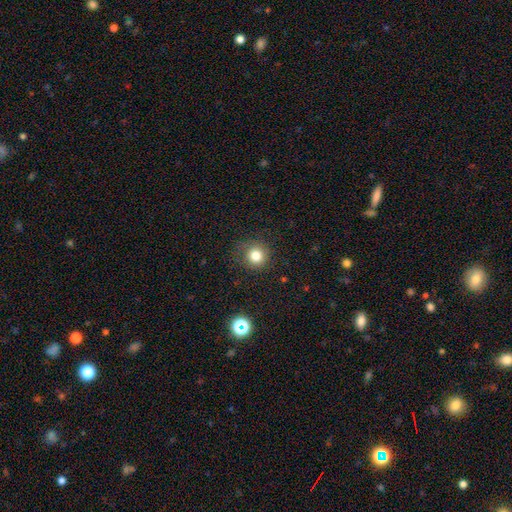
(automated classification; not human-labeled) A smooth galaxy with no disk features (80%) that is round (92%).

Vote fractions:
- Smooth or featured? smooth: 80% / star or artifact: 13% / featured or disk: 7%
- How rounded? round: 92% / in between: 7% / cigar-shaped: 1%
- Merging? none: 79% / minor disturbance: 13% / major disturbance: 6% / merger: 1%